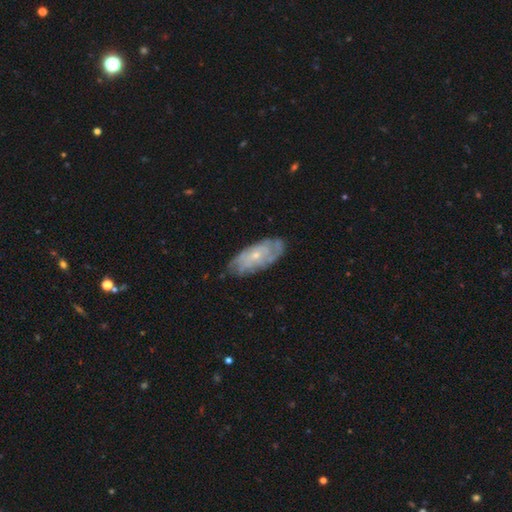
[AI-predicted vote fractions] Morphology: type=featured or disk (70%); edge-on=no (90%); bar=no (80%); spiral arms=yes (81%); winding=tight (65%); arm count=can't tell (61%); bulge=small (72%); merging=none (72%).